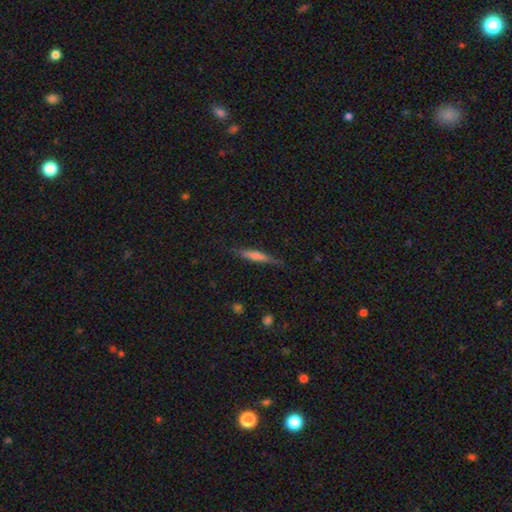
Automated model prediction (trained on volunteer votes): A smooth galaxy with no disk features (53%) that is cigar-shaped (91%).

Vote fractions:
- Smooth or featured? smooth: 53% / featured or disk: 40% / star or artifact: 7%
- How rounded? cigar-shaped: 91% / in between: 7% / round: 2%
- Merging? none: 82% / minor disturbance: 14% / major disturbance: 3% / merger: 1%